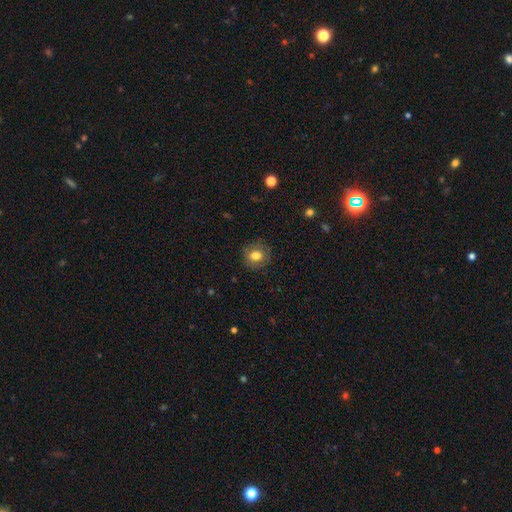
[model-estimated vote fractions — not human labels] Morphology: type=smooth (76%); roundness=round (84%); merging=none (85%).